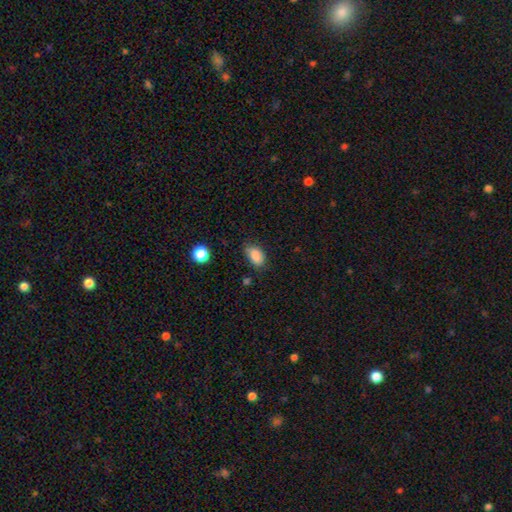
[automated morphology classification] Smooth or featured?
  - smooth: 87% *
  - star or artifact: 9%
  - featured or disk: 5%
How rounded?
  - in between: 88% *
  - round: 11%
  - cigar-shaped: 2%
Merging?
  - none: 67% *
  - minor disturbance: 25%
  - major disturbance: 5%
  - merger: 2%